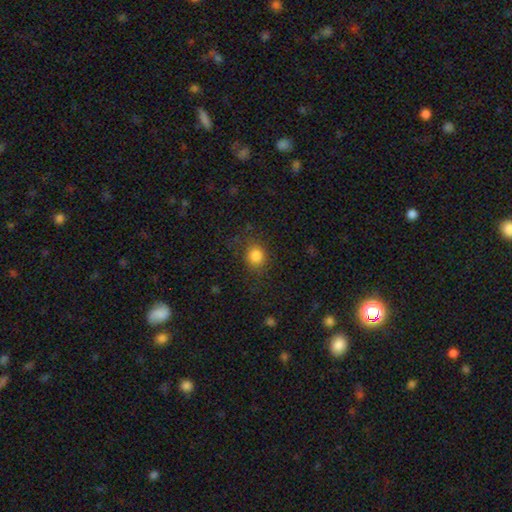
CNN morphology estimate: smooth-or-featured: smooth: 84% | star or artifact: 11% | featured or disk: 5%
  how-rounded: round: 81% | in between: 18% | cigar-shaped: 1%
  merging: none: 78% | minor disturbance: 14% | major disturbance: 7% | merger: 1%